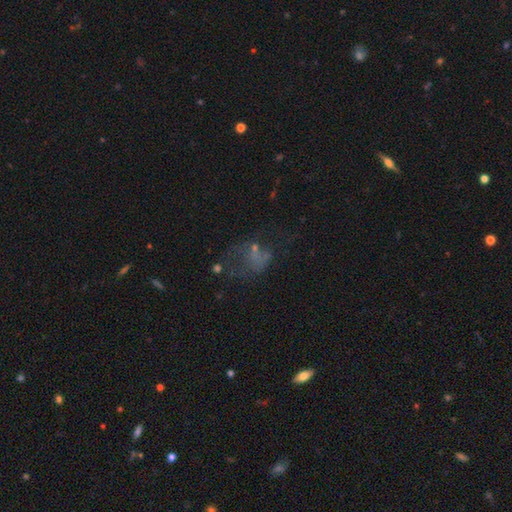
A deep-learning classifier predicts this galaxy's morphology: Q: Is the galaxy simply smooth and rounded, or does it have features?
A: featured or disk — 38%.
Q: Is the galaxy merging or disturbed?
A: major disturbance — 40%.